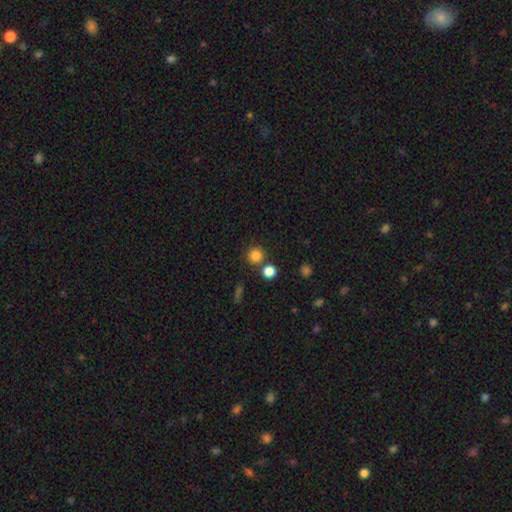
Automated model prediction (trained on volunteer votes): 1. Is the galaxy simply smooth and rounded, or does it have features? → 82% smooth, 13% star or artifact, 5% featured or disk.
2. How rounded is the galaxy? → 93% round, 6% in between, 1% cigar-shaped.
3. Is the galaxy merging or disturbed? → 78% none, 12% merger, 7% minor disturbance, 3% major disturbance.